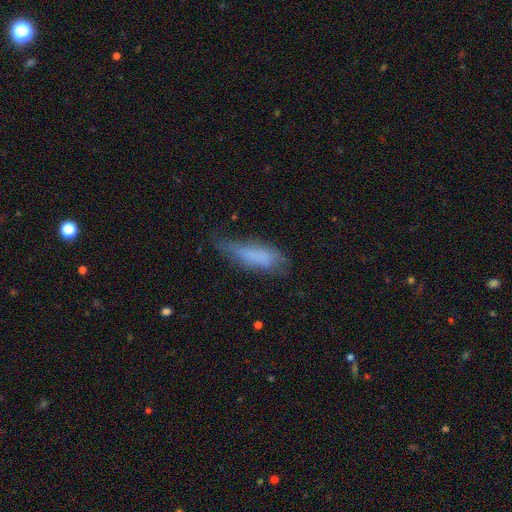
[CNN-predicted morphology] A smooth galaxy with no disk features (70%) that is cigar-shaped (57%).

Vote fractions:
- Smooth or featured? smooth: 70% / featured or disk: 20% / star or artifact: 10%
- How rounded? cigar-shaped: 57% / in between: 41% / round: 2%
- Merging? none: 45% / minor disturbance: 37% / major disturbance: 16% / merger: 3%